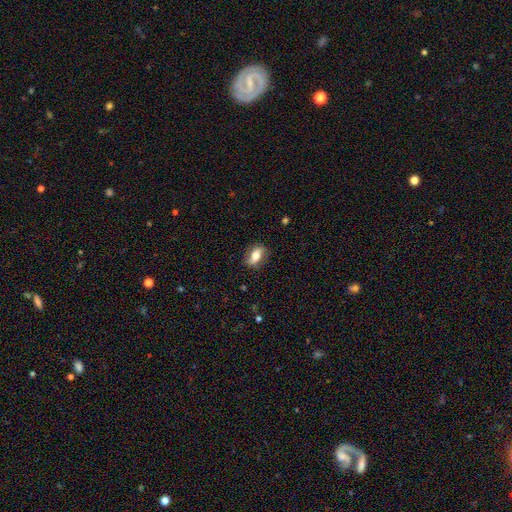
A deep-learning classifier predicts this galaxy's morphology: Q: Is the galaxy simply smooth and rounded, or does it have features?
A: smooth — 61%.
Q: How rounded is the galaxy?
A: in between — 81%.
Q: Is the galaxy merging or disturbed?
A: none — 81%.